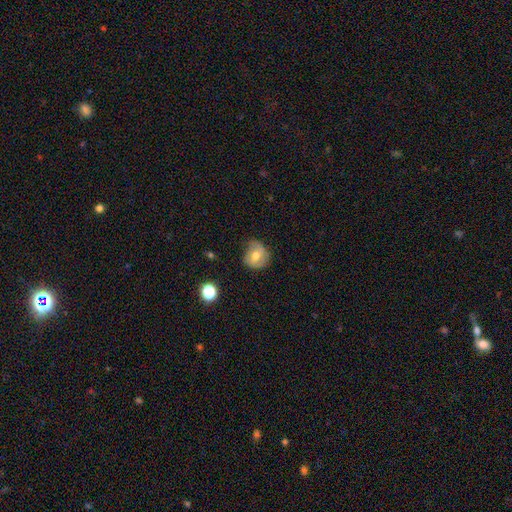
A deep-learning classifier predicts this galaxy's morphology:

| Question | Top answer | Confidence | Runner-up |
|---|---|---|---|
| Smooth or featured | smooth | 59% | featured or disk (32%) |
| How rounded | round | 76% | in between (23%) |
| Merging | none | 60% | minor disturbance (30%) |